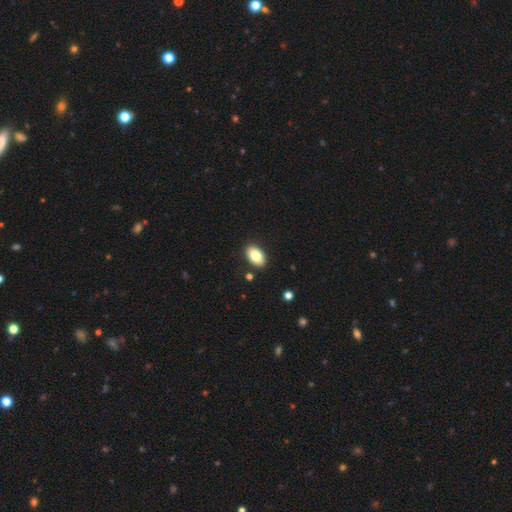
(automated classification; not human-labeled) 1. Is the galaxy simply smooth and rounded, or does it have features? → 80% smooth, 13% featured or disk, 7% star or artifact.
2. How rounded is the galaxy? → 93% in between, 6% round, 1% cigar-shaped.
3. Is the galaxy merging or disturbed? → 88% none, 8% minor disturbance, 2% major disturbance, 2% merger.